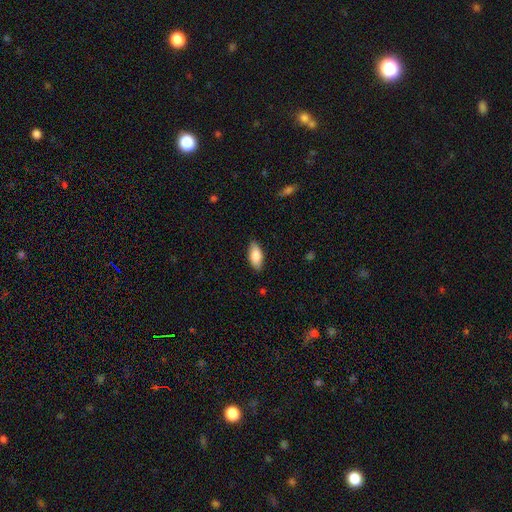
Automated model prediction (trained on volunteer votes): Smooth or featured?
  - smooth: 85% *
  - featured or disk: 9%
  - star or artifact: 6%
How rounded?
  - in between: 88% *
  - cigar-shaped: 9%
  - round: 2%
Merging?
  - none: 84% *
  - minor disturbance: 12%
  - major disturbance: 2%
  - merger: 1%